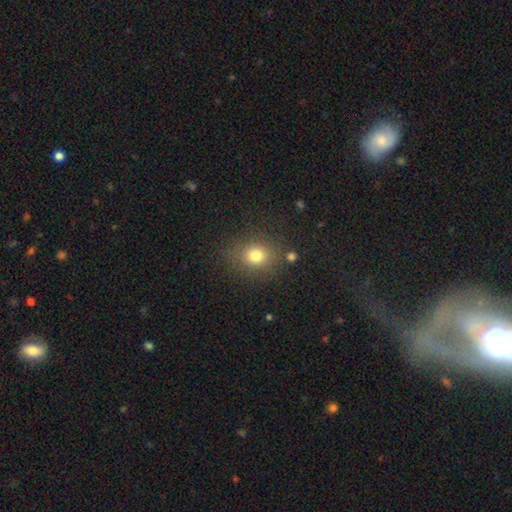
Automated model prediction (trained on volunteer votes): This appears to be a smooth galaxy with no disk features (77%) that is round (68%). Merging: none (81%).